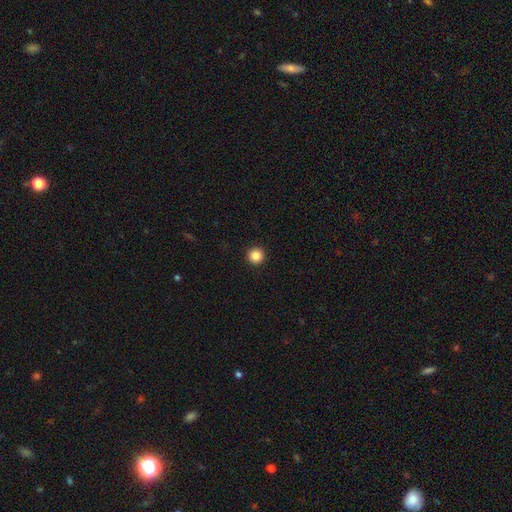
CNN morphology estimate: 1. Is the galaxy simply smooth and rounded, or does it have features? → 86% smooth, 11% star or artifact, 4% featured or disk.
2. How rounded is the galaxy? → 96% round, 3% in between, 1% cigar-shaped.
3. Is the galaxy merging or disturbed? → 94% none, 4% minor disturbance, 1% major disturbance, 1% merger.